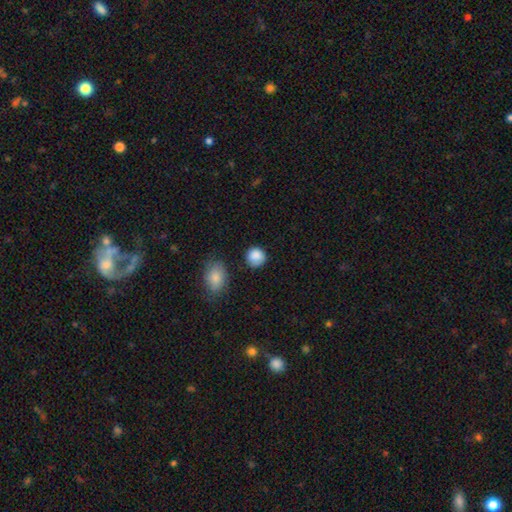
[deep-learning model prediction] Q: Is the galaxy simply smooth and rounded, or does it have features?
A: smooth — 87%.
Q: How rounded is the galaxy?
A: round — 86%.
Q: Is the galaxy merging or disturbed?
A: none — 74%.